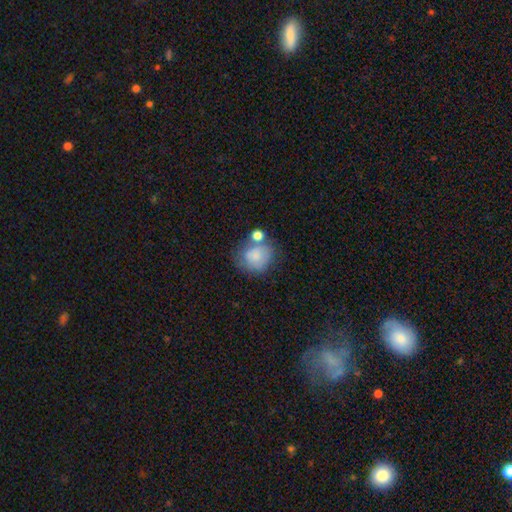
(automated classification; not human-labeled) Overall: smooth (73%). How rounded: round (71%). Merging: none (42%; merger 25%).